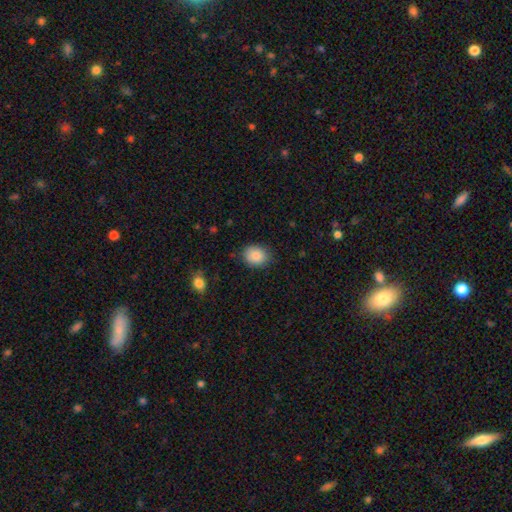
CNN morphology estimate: Smooth or featured?
  - smooth: 87% *
  - star or artifact: 8%
  - featured or disk: 5%
How rounded?
  - round: 53% *
  - in between: 47%
  - cigar-shaped: 1%
Merging?
  - none: 82% *
  - minor disturbance: 14%
  - major disturbance: 3%
  - merger: 1%